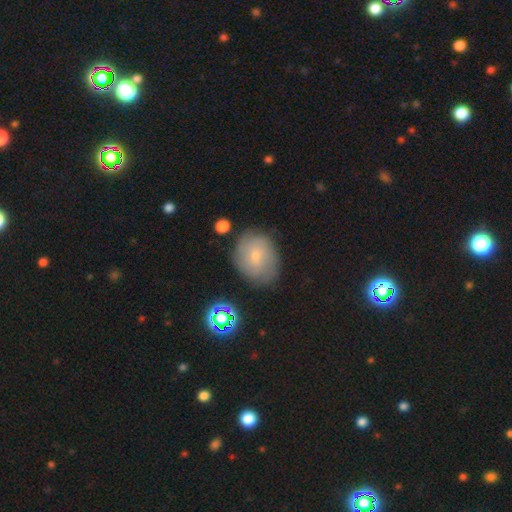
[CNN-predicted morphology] This is possibly a smooth galaxy (53%). How rounded: possibly round (50%). Merging: likely none (73%).